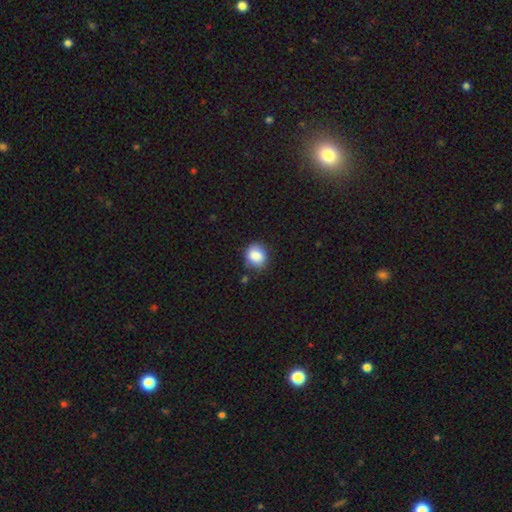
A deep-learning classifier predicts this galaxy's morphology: A smooth galaxy with no disk features (86%) that is round (71%). Merging: none (76%).